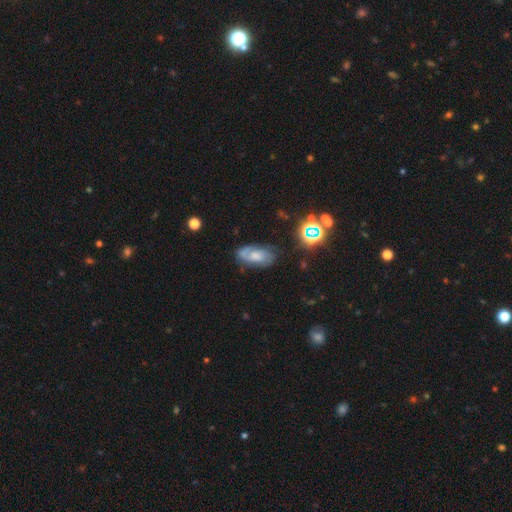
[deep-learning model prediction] This is likely a featured or disk galaxy (62%). It is clearly not viewed edge-on (94%). Bar: likely no (62%). Spiral arm pattern: clearly yes (88%). Spiral arm count: possibly 2 (55%). Spiral winding: marginally medium (43%). Central bulge: marginally moderate (40%). Merging: likely none (66%).